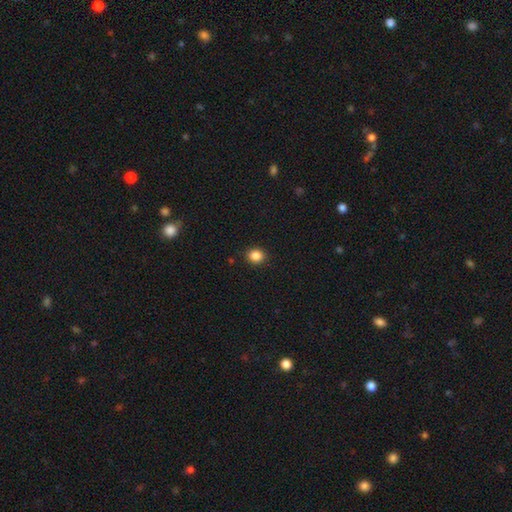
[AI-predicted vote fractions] Smooth or featured? smooth (86%)
How rounded? round (79%)
Merging? none (90%)